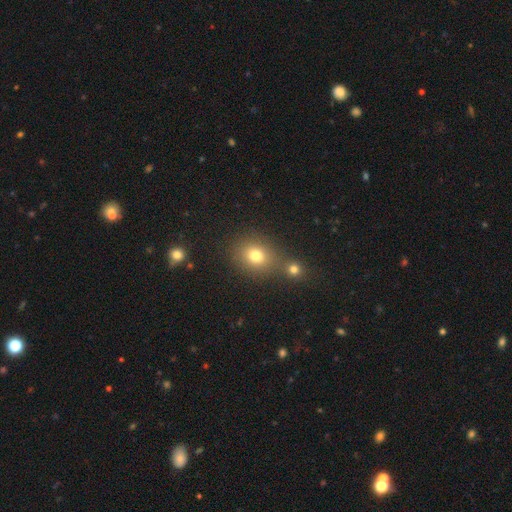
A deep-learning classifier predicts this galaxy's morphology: smooth_or_featured: smooth (p=0.75) [alt: star or artifact p=0.16]
how_rounded: round (p=0.69) [alt: in between p=0.30]
merging: none (p=0.60) [alt: merger p=0.27]